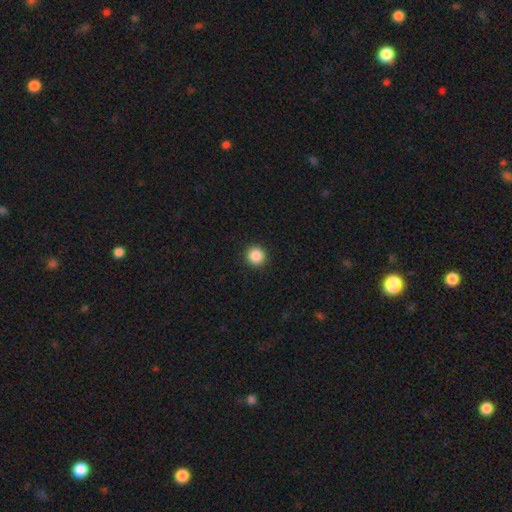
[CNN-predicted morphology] Overall: smooth (87%). How rounded: round (96%). Merging: none (93%).